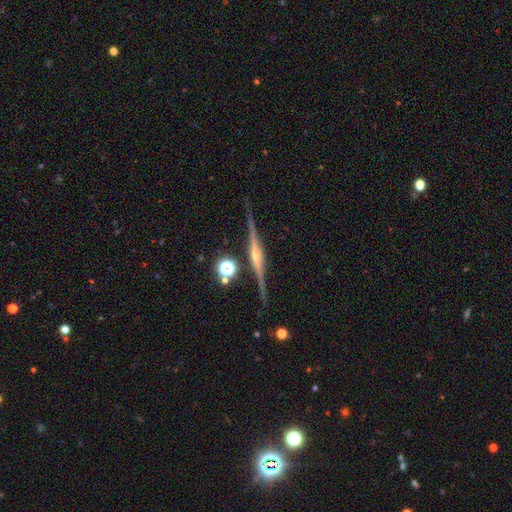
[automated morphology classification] Overall: featured or disk (86%). Edge-on disk: yes (98%). Edge-on bulge: rounded (78%). Merging: none (86%).